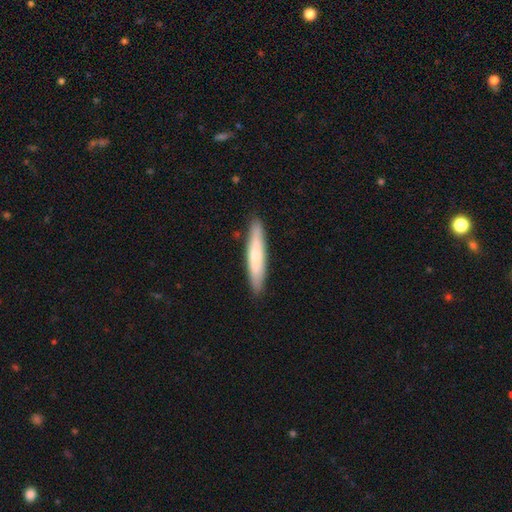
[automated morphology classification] smooth-or-featured: smooth: 61% | featured or disk: 34% | star or artifact: 5%
  how-rounded: cigar-shaped: 90% | in between: 9% | round: 1%
  merging: none: 89% | minor disturbance: 8% | major disturbance: 1% | merger: 1%